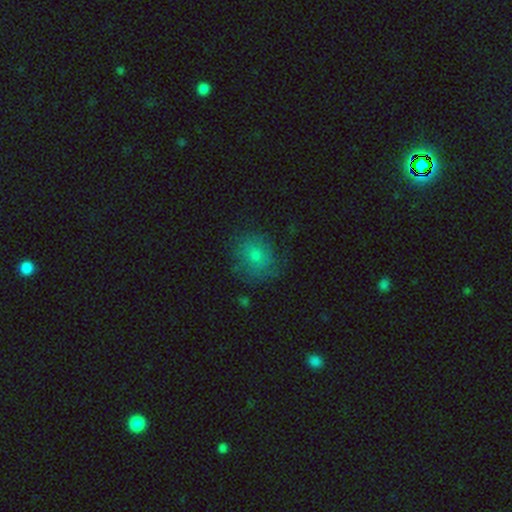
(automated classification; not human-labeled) smooth-or-featured: smooth: 71% | featured or disk: 19% | star or artifact: 10%
  how-rounded: round: 78% | in between: 21% | cigar-shaped: 1%
  merging: none: 69% | minor disturbance: 21% | major disturbance: 9% | merger: 2%